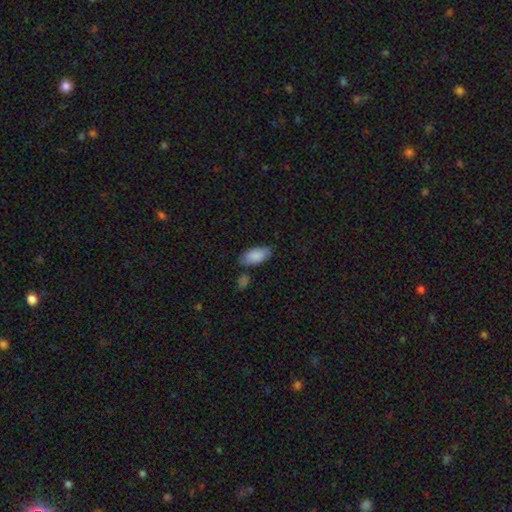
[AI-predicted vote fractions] smooth_or_featured: smooth (p=0.88) [alt: star or artifact p=0.06]
how_rounded: in between (p=0.92) [alt: cigar-shaped p=0.06]
merging: none (p=0.73) [alt: minor disturbance p=0.17]